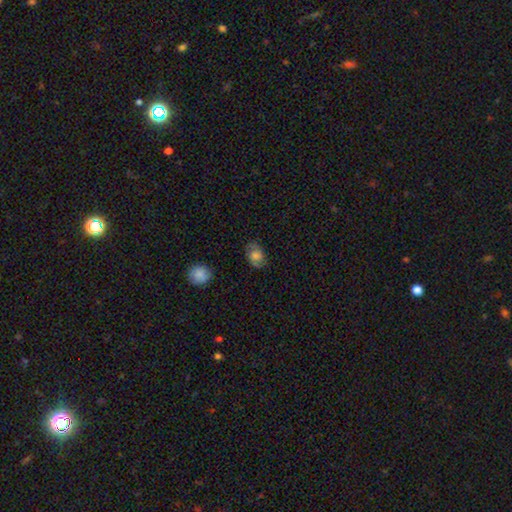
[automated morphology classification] A smooth galaxy with no disk features (49%). Merging: none (77%).